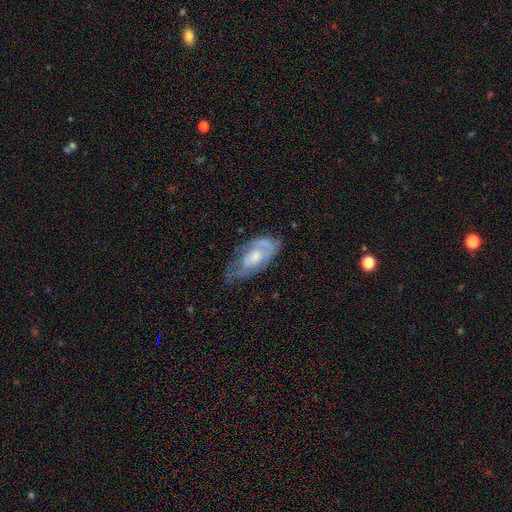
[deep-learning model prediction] This is likely a featured or disk galaxy (62%). It is clearly not viewed edge-on (90%). Bar: likely no (75%). Spiral arm pattern: likely yes (69%). Central bulge: possibly moderate (53%). Merging: possibly none (46%).